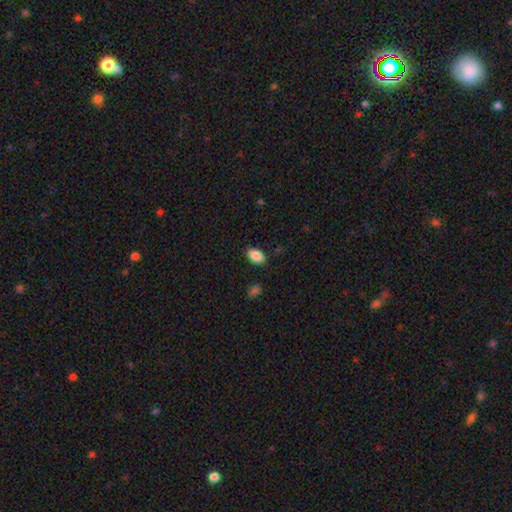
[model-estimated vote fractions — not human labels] Smooth or featured? Predicted: smooth (p=0.88). How rounded? Predicted: in between (p=0.92). Merging? Predicted: none (p=0.86).